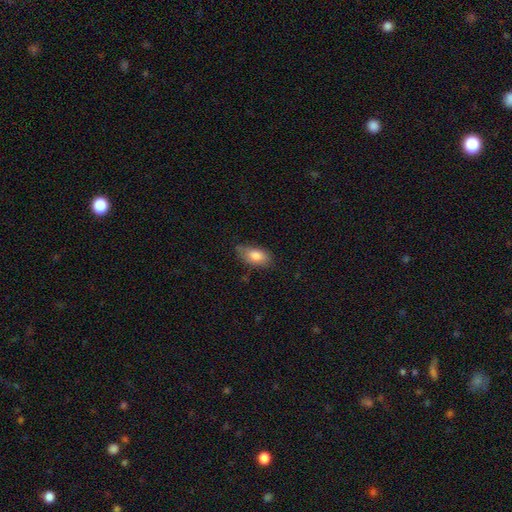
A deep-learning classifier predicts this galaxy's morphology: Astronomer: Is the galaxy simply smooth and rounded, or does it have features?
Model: smooth — 82%.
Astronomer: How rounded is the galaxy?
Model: in between — 90%.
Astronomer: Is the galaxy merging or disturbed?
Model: none — 62%.